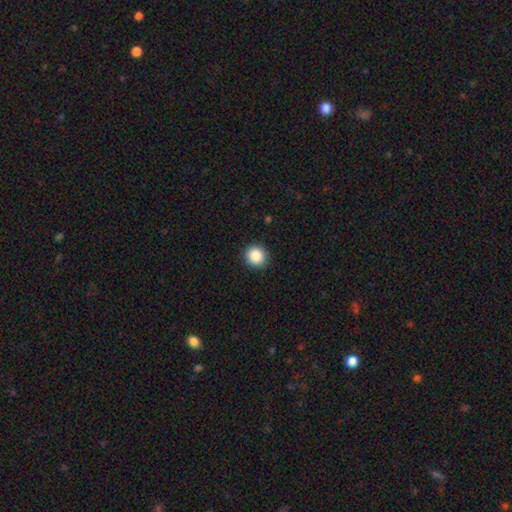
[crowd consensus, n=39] This is clearly a smooth galaxy (90%). How rounded: clearly round (97%). Merging: clearly none (87%).